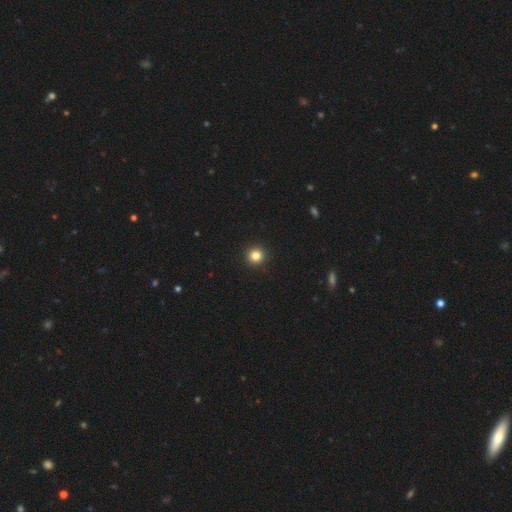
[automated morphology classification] Smooth or featured? Predicted: smooth (p=0.83). How rounded? Predicted: round (p=0.96). Merging? Predicted: none (p=0.94).